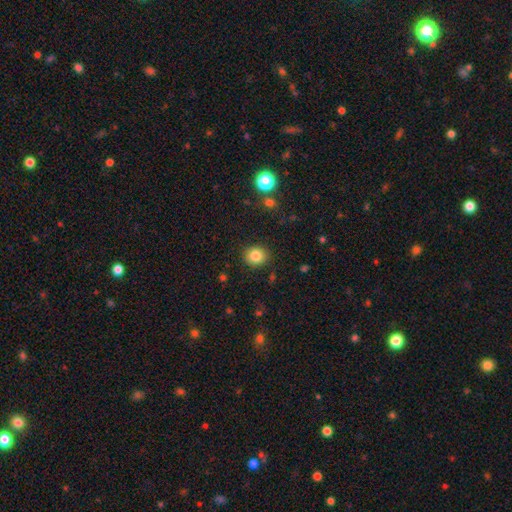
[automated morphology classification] Smooth or featured? Predicted: smooth (p=0.84). How rounded? Predicted: round (p=0.79). Merging? Predicted: none (p=0.89).